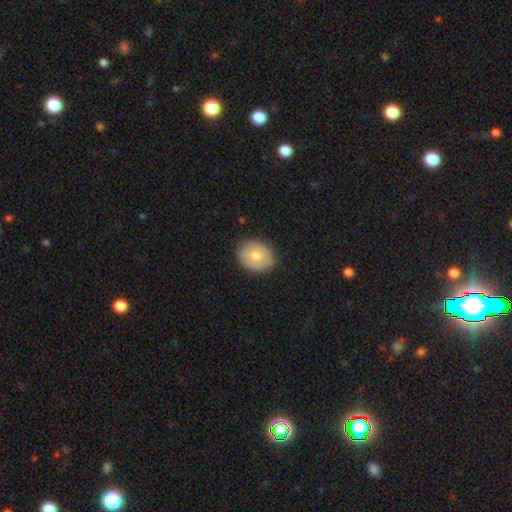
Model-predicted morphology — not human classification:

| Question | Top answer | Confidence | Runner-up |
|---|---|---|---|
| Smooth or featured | smooth | 67% | featured or disk (26%) |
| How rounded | round | 51% | in between (48%) |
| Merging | none | 82% | minor disturbance (14%) |